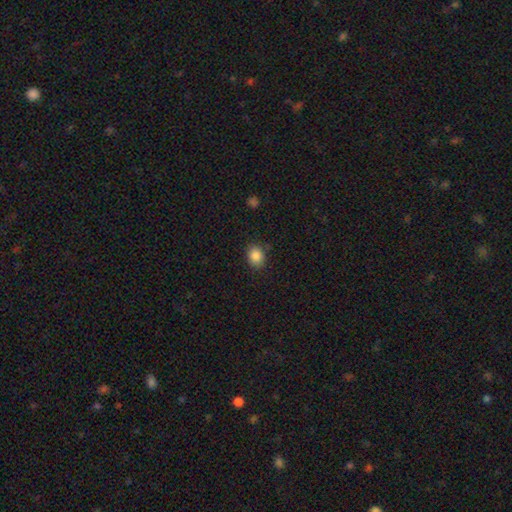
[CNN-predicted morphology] Q: Smooth or featured?
A: smooth (87%); runner-up: star or artifact (9%)
Q: How rounded?
A: round (52%); runner-up: in between (47%)
Q: Merging?
A: none (83%); runner-up: minor disturbance (12%)